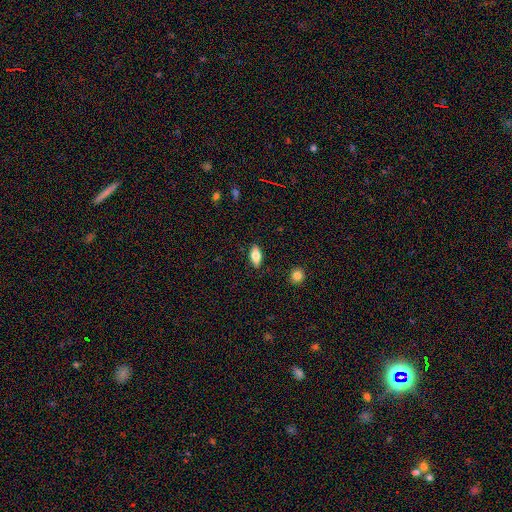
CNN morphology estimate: Q: Smooth or featured?
A: smooth (73%); runner-up: featured or disk (19%)
Q: How rounded?
A: in between (86%); runner-up: cigar-shaped (11%)
Q: Merging?
A: none (87%); runner-up: minor disturbance (10%)